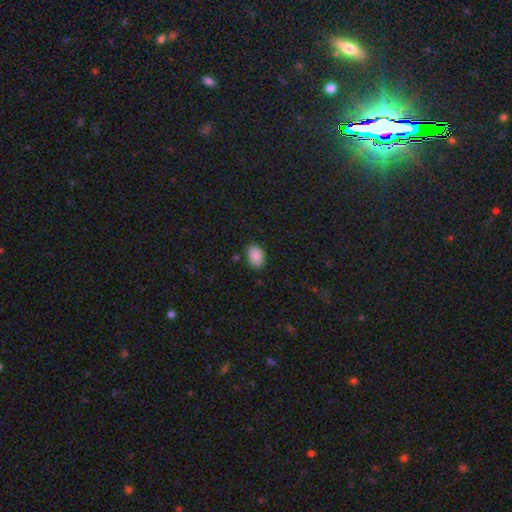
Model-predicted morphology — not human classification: smooth_or_featured: smooth (p=0.89) [alt: star or artifact p=0.07]
how_rounded: in between (p=0.85) [alt: round p=0.14]
merging: none (p=0.84) [alt: minor disturbance p=0.12]